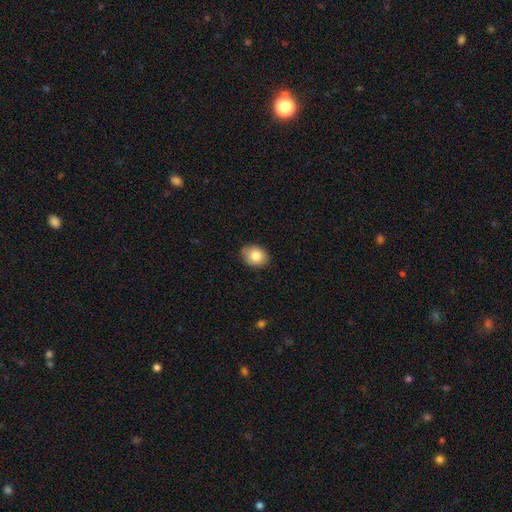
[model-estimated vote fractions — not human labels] This appears to be a smooth galaxy with no disk features (82%) that is in between round and cigar-shaped (58%). Merging: none (84%).